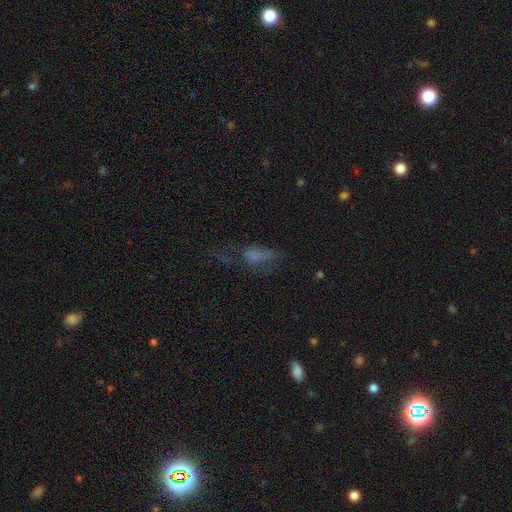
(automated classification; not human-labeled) This is possibly a smooth galaxy (51%). How rounded: likely in between (72%). Merging: marginally major disturbance (43%).